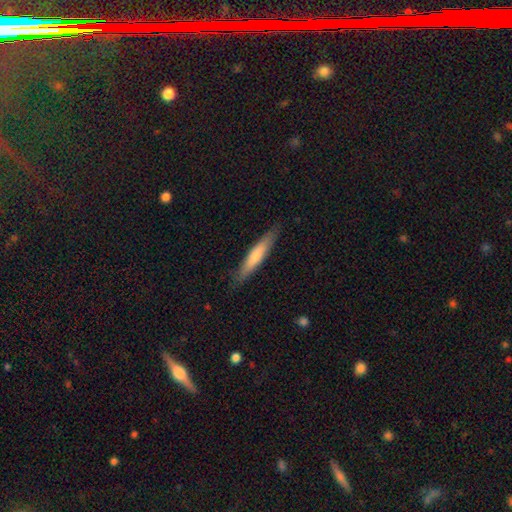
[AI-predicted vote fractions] smooth_or_featured: smooth (p=0.71) [alt: featured or disk p=0.24]
how_rounded: cigar-shaped (p=0.87) [alt: in between p=0.12]
merging: none (p=0.84) [alt: minor disturbance p=0.12]